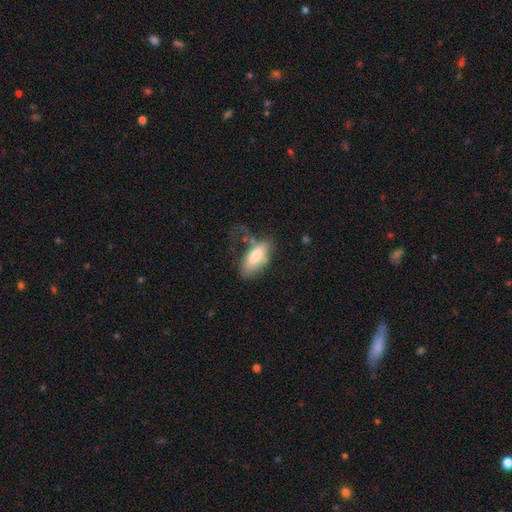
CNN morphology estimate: smooth-or-featured: smooth: 73% | featured or disk: 21% | star or artifact: 7%
  how-rounded: in between: 85% | cigar-shaped: 12% | round: 2%
  merging: major disturbance: 33% (tied) | none: 33% (tied) | minor disturbance: 29% | merger: 5%